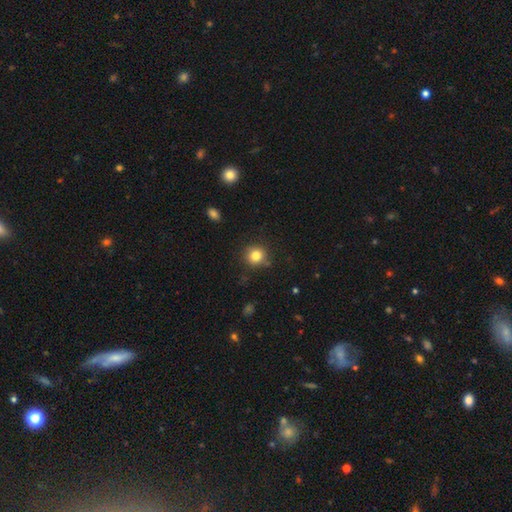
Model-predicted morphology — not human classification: Overall: smooth (82%). How rounded: round (91%). Merging: none (87%).